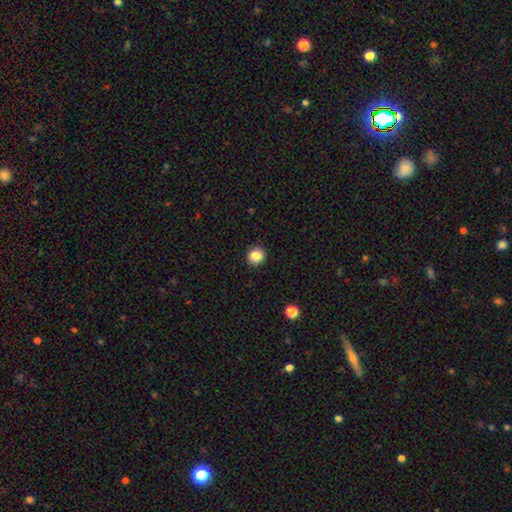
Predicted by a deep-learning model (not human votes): The model was most divided on "smooth or featured": smooth: 85%, star or artifact: 10%, featured or disk: 4%. More confident: merging — none (92%); how rounded — round (89%).